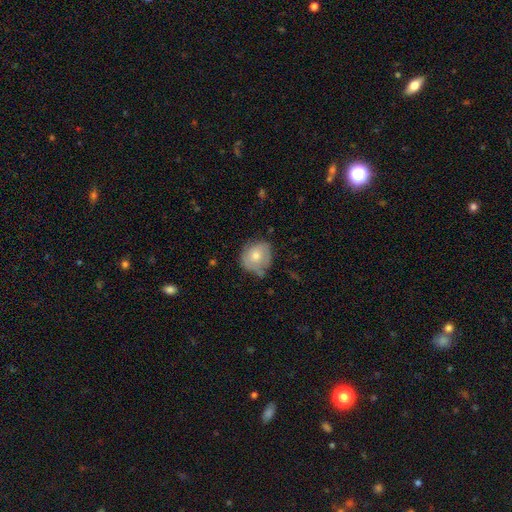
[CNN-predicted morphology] Q: Smooth or featured?
A: smooth (63%); runner-up: featured or disk (28%)
Q: How rounded?
A: round (82%); runner-up: in between (17%)
Q: Merging?
A: none (66%); runner-up: minor disturbance (26%)